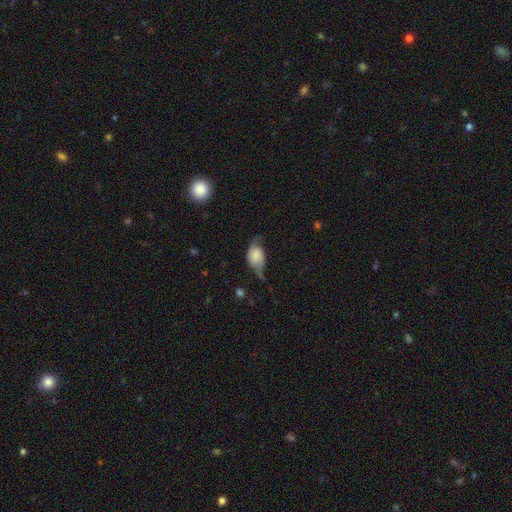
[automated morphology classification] A smooth galaxy with no disk features (55%) that is in between round and cigar-shaped (83%). Merging: minor disturbance (40%).